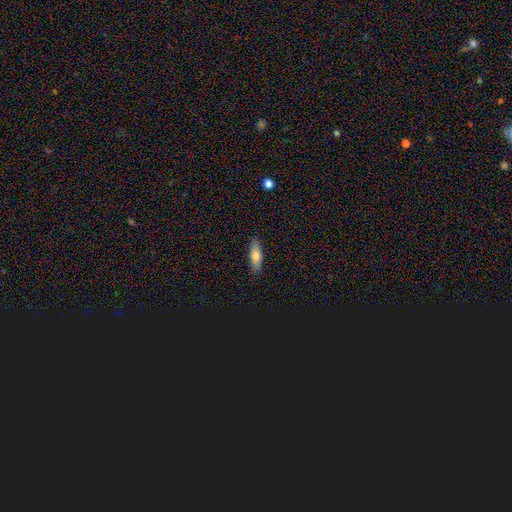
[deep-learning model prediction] Smooth or featured?
  - smooth: 69% *
  - featured or disk: 24%
  - star or artifact: 7%
How rounded?
  - in between: 49% *
  - cigar-shaped: 48%
  - round: 2%
Merging?
  - none: 89% *
  - minor disturbance: 8%
  - major disturbance: 2%
  - merger: 1%